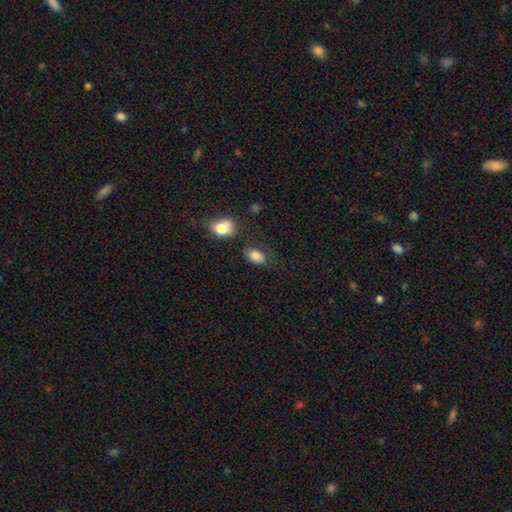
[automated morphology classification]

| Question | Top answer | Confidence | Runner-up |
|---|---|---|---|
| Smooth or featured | smooth | 84% | star or artifact (9%) |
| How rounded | in between | 84% | round (14%) |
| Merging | none | 65% | minor disturbance (20%) |